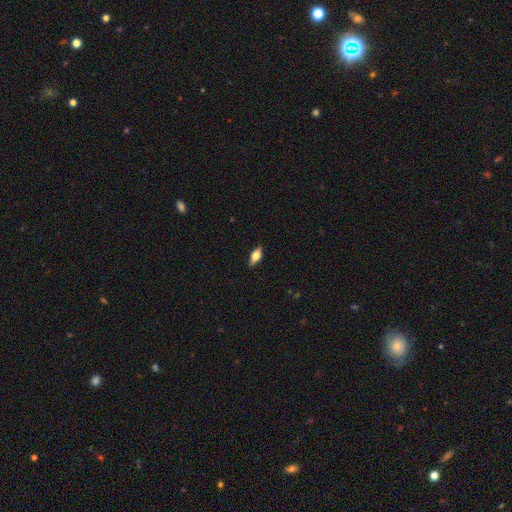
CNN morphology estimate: A smooth galaxy with no disk features (63%) that is in between round and cigar-shaped (84%).

Vote fractions:
- Smooth or featured? smooth: 63% / featured or disk: 29% / star or artifact: 8%
- How rounded? in between: 84% / cigar-shaped: 12% / round: 4%
- Merging? none: 86% / minor disturbance: 11% / major disturbance: 2% / merger: 1%